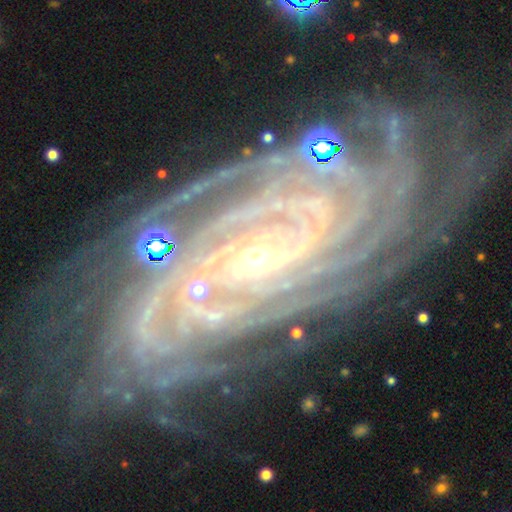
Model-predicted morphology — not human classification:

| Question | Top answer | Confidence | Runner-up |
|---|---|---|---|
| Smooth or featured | featured or disk | 90% | star or artifact (6%) |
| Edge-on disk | no | 95% | yes (5%) |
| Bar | no | 47% | weak (32%) |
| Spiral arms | yes | 98% | no (2%) |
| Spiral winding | tight | 81% | medium (16%) |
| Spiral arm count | can't tell | 23% | more than 4 (19%) |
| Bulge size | small | 73% | moderate (22%) |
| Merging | none | 80% | minor disturbance (14%) |